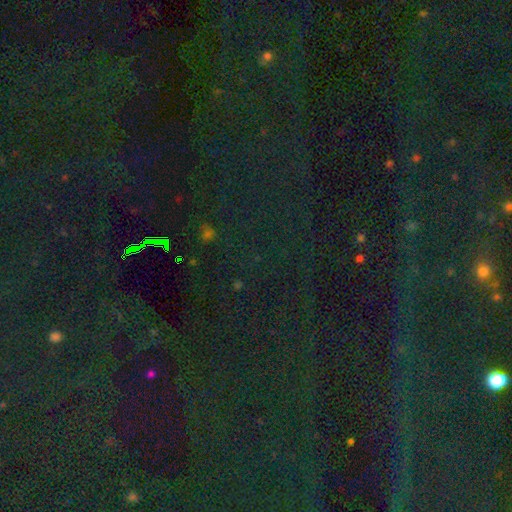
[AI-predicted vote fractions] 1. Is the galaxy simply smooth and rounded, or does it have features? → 82% star or artifact, 11% smooth, 7% featured or disk.